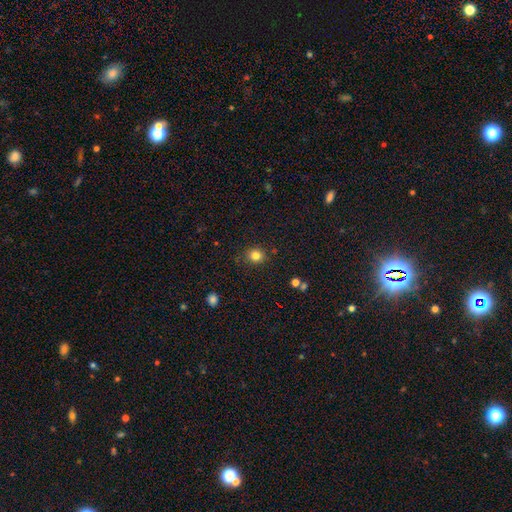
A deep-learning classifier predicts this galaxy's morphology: Smooth or featured? smooth (82%)
How rounded? round (84%)
Merging? none (87%)